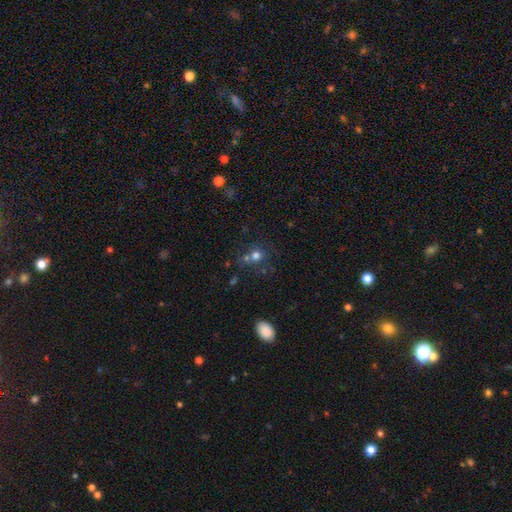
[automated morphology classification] Smooth or featured?
  - smooth: 72% *
  - star or artifact: 18%
  - featured or disk: 10%
How rounded?
  - round: 83% *
  - in between: 16%
  - cigar-shaped: 1%
Merging?
  - none: 56% *
  - merger: 27%
  - minor disturbance: 11%
  - major disturbance: 6%